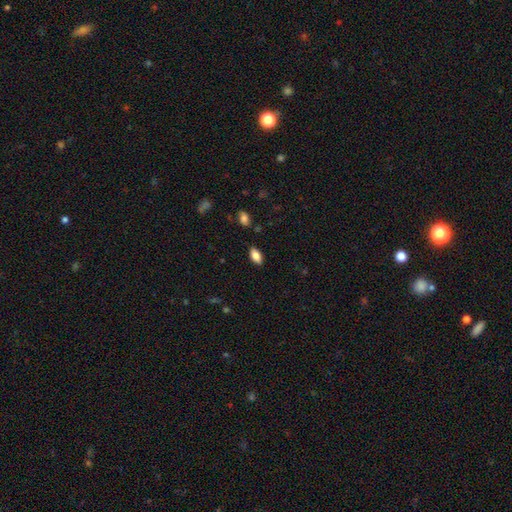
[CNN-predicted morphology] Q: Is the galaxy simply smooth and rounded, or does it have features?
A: smooth — 83%.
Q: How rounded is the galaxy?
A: in between — 91%.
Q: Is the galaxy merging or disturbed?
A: none — 87%.